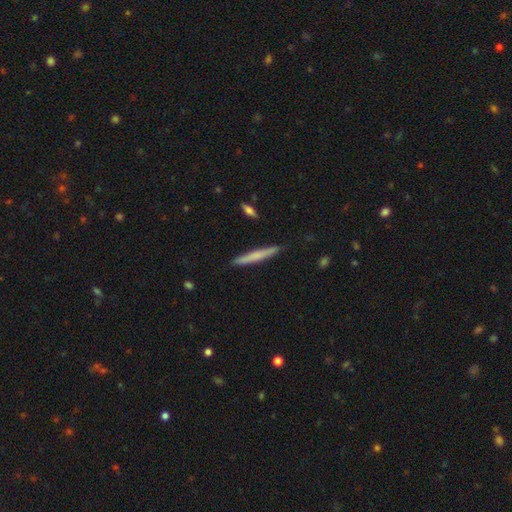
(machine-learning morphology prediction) Overall: smooth (61%; featured or disk 34%). How rounded: cigar-shaped (96%). Merging: none (90%).